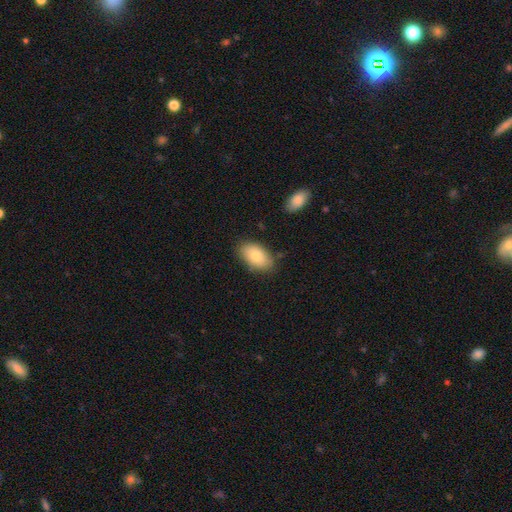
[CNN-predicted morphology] smooth-or-featured: smooth: 76% | featured or disk: 17% | star or artifact: 7%
  how-rounded: in between: 92% | round: 6% | cigar-shaped: 2%
  merging: none: 79% | minor disturbance: 16% | major disturbance: 3% | merger: 2%